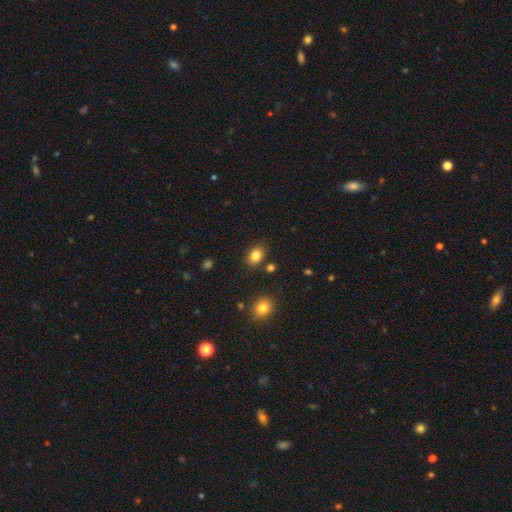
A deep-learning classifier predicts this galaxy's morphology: A smooth galaxy with no disk features (84%) that is in between round and cigar-shaped (63%). Merging: none (82%).